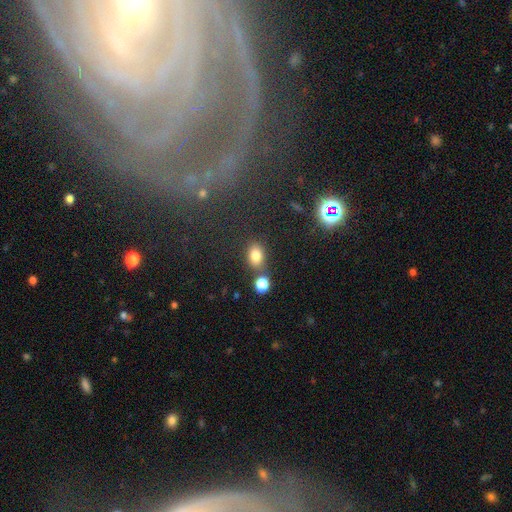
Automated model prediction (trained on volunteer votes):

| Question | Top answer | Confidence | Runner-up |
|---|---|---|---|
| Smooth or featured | smooth | 80% | star or artifact (13%) |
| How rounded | in between | 69% | round (29%) |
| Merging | none | 67% | merger (17%) |